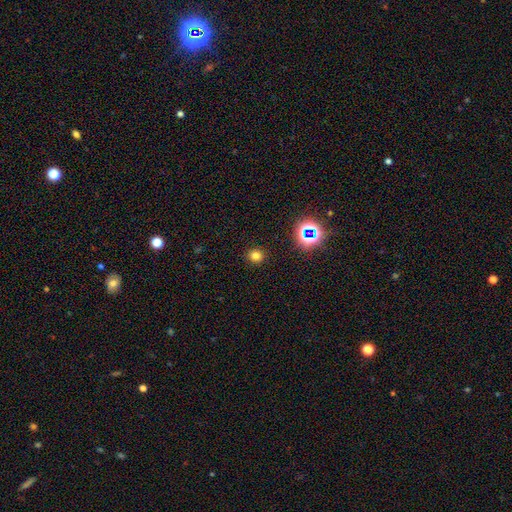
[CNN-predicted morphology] This is likely a smooth galaxy (75%). How rounded: clearly round (86%). Merging: clearly none (91%).